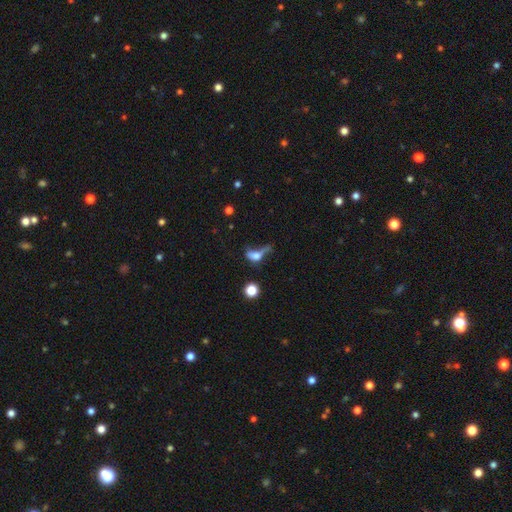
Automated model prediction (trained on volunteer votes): Morphology: type=smooth (53%); roundness=in between (61%); merging=major disturbance (47%).